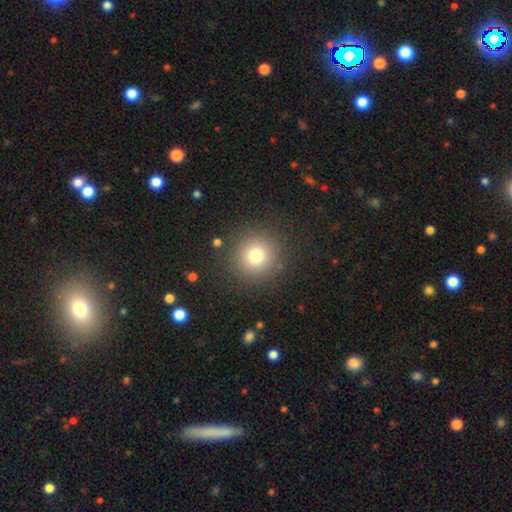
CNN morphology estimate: smooth-or-featured: smooth: 76% | star or artifact: 15% | featured or disk: 10%
  how-rounded: round: 95% | in between: 4% | cigar-shaped: 1%
  merging: none: 88% | minor disturbance: 7% | major disturbance: 4% | merger: 2%